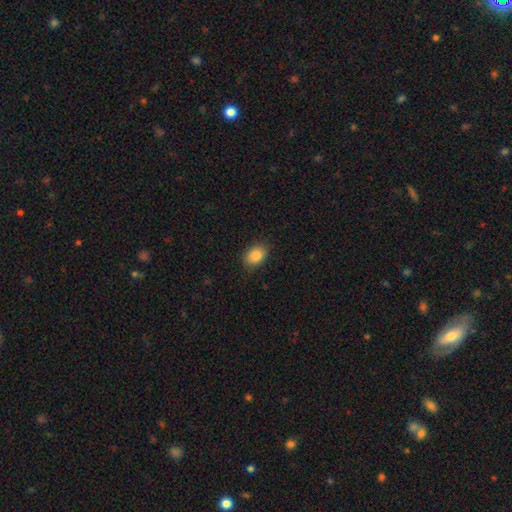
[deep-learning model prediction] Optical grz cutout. It shows a smooth galaxy with no disk features (87%) that is in between round and cigar-shaped (79%). Merging: none (87%).